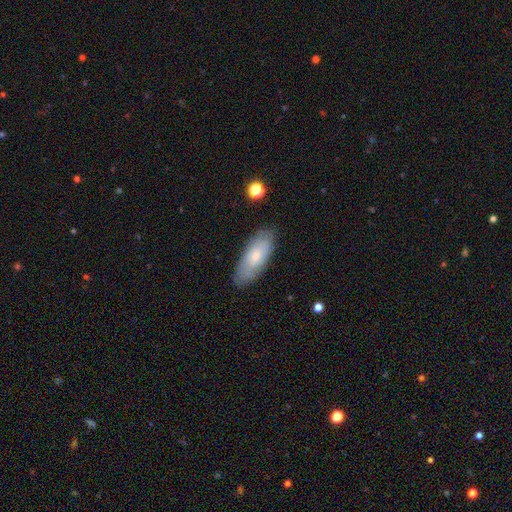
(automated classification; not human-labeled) Smooth or featured? Predicted: smooth (p=0.63). How rounded? Predicted: in between (p=0.77). Merging? Predicted: none (p=0.81).